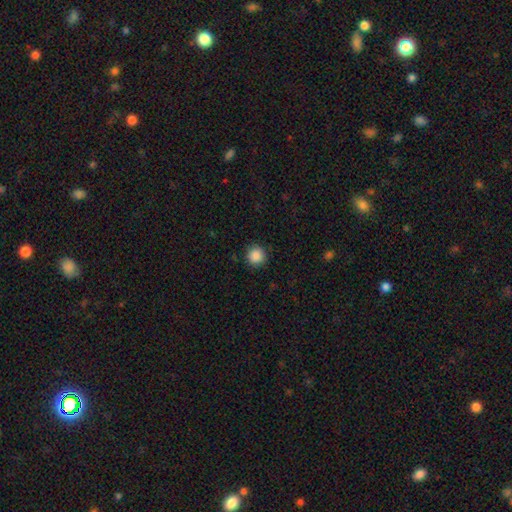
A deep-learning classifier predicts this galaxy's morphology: Smooth or featured?
  - smooth: 88% *
  - star or artifact: 10%
  - featured or disk: 3%
How rounded?
  - round: 95% *
  - in between: 4%
  - cigar-shaped: 1%
Merging?
  - none: 90% *
  - minor disturbance: 7%
  - major disturbance: 2%
  - merger: 1%